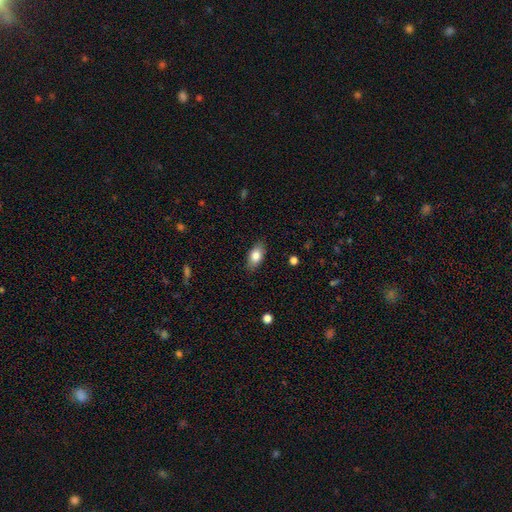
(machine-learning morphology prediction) smooth_or_featured: smooth (p=0.81) [alt: featured or disk p=0.12]
how_rounded: in between (p=0.89) [alt: cigar-shaped p=0.06]
merging: none (p=0.86) [alt: minor disturbance p=0.10]